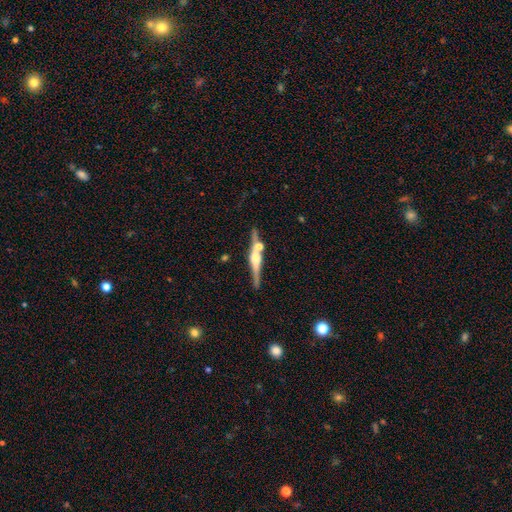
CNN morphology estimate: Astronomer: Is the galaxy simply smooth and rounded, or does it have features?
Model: featured or disk — 78%.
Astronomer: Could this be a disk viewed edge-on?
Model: yes — 98%.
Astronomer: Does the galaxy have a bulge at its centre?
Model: rounded — 89%.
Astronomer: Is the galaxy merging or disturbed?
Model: none — 77%.